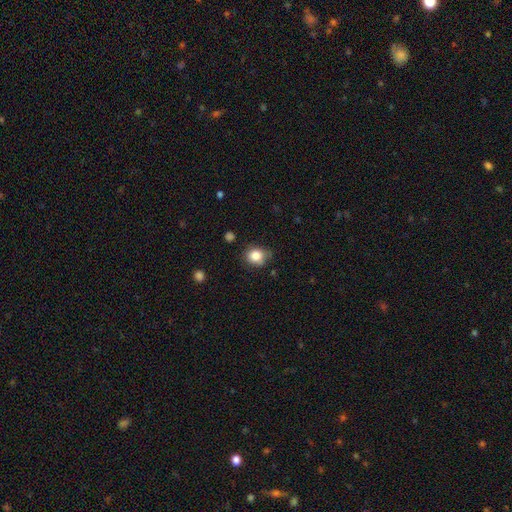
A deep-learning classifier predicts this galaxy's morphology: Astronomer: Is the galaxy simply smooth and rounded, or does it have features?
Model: smooth — 83%.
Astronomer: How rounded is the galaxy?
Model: round — 66%.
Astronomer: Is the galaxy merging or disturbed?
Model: none — 71%.